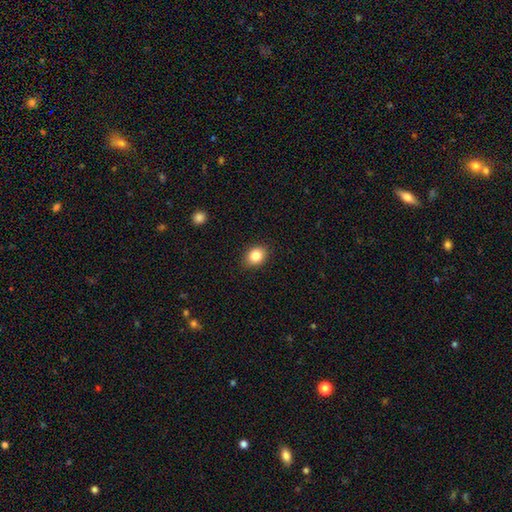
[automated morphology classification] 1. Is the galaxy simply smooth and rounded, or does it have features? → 84% smooth, 9% star or artifact, 6% featured or disk.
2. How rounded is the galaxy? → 54% in between, 45% round, 1% cigar-shaped.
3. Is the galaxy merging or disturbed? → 88% none, 9% minor disturbance, 2% major disturbance, 1% merger.